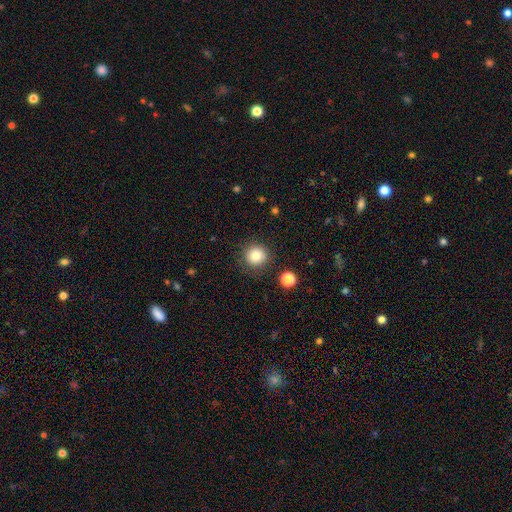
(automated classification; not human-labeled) The model was most divided on "smooth or featured": smooth: 82%, star or artifact: 11%, featured or disk: 6%. More confident: how rounded — round (93%); merging — none (87%).